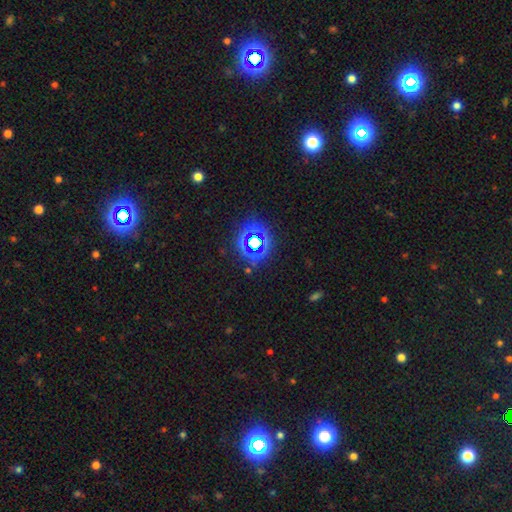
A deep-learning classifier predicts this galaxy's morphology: star or artifact 58%, smooth 32%, featured or disk 10%.